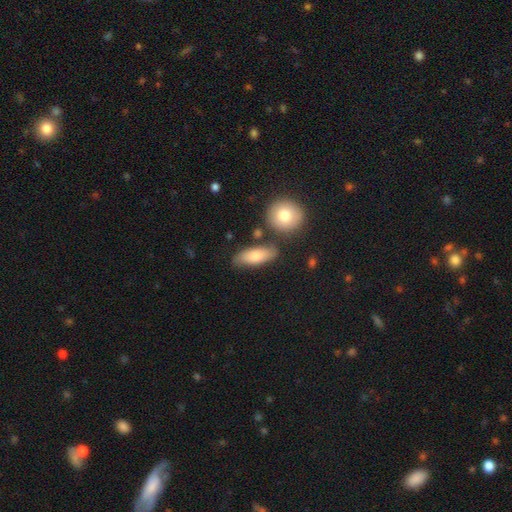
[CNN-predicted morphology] Smooth or featured? smooth (77%)
How rounded? in between (79%)
Merging? none (71%)